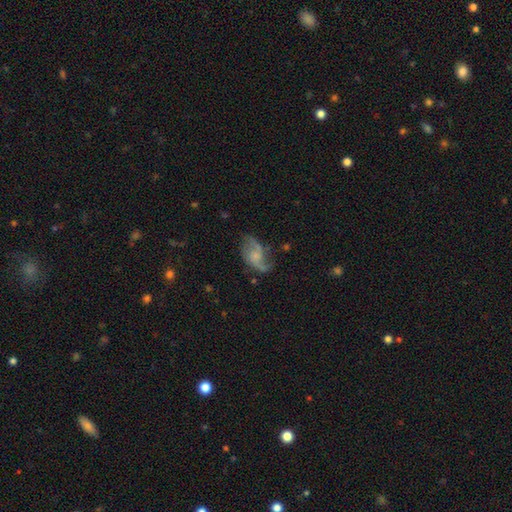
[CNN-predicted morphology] type=featured or disk (75%); edge-on=no (97%); bar=no (64%); spiral arms=yes (91%); winding=loose (62%); arm count=2 (85%); bulge=small (48%); merging=none (59%).